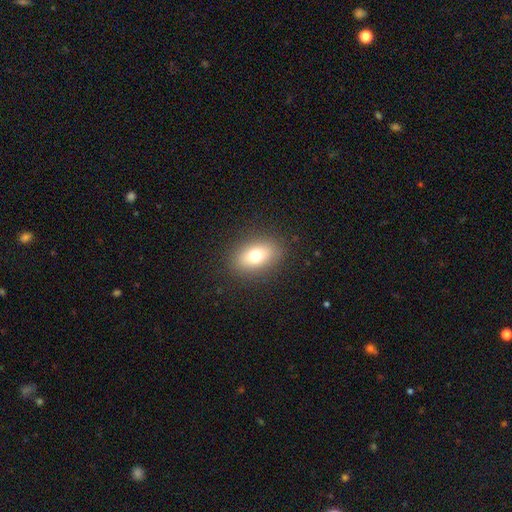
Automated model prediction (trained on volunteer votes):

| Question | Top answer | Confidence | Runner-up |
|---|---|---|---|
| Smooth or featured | smooth | 73% | featured or disk (16%) |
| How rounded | in between | 78% | round (19%) |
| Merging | none | 87% | minor disturbance (8%) |